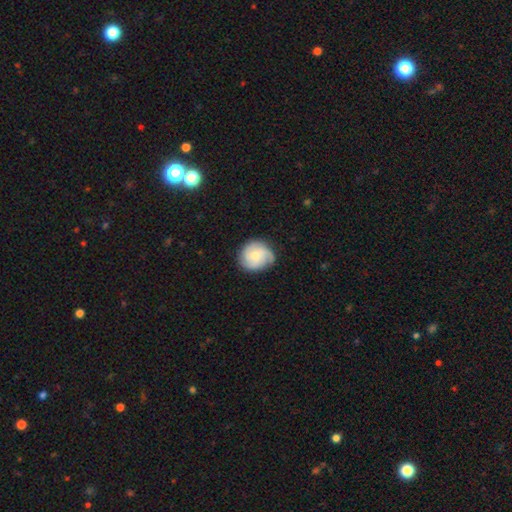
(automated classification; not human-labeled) Morphology: type=featured or disk (55%); edge-on=no (98%); bar=no (77%); spiral arms=yes (91%); bulge=small (56%); merging=none (73%).